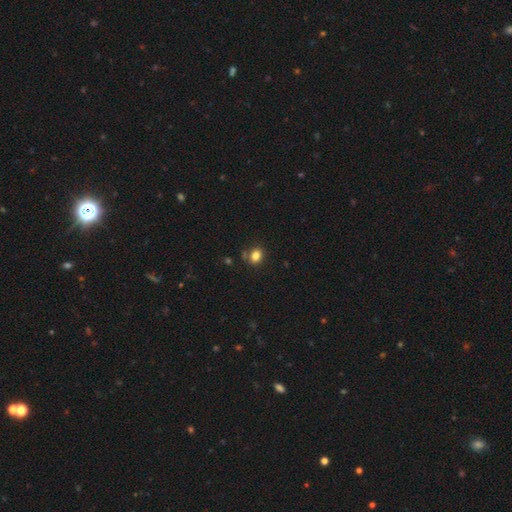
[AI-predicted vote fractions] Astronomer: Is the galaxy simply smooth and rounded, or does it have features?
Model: smooth — 82%.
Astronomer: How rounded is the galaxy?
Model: in between — 50% (runner-up: round, 48%).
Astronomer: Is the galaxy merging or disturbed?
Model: none — 75%.